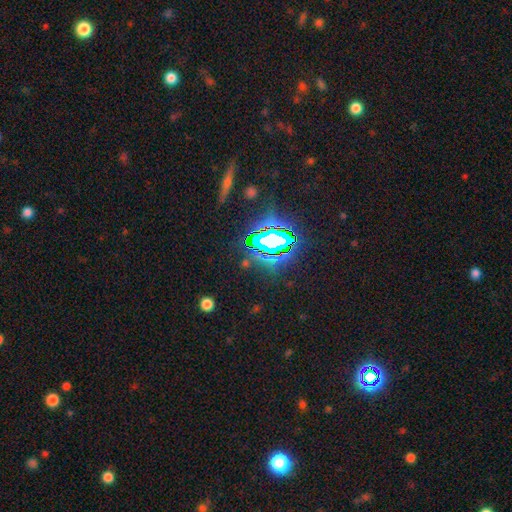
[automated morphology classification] type=star or artifact (78%).